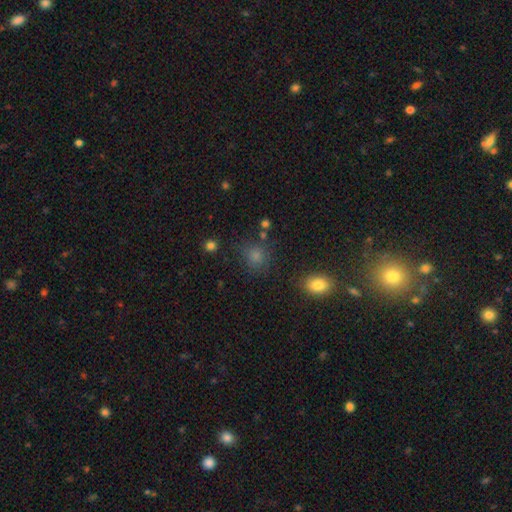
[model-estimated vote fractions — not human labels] Smooth or featured? smooth (79%)
How rounded? round (83%)
Merging? none (77%)